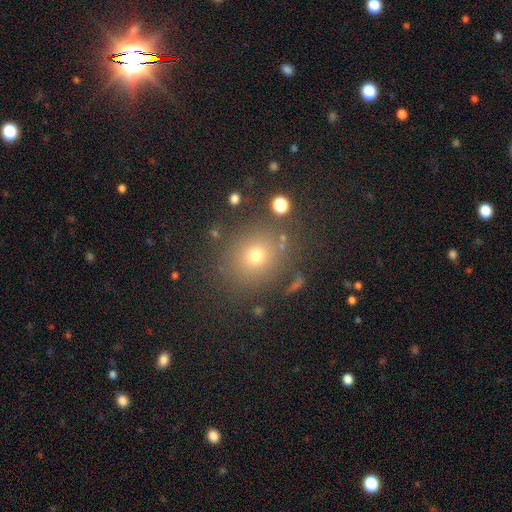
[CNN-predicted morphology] This appears to be a smooth galaxy with no disk features (64%) that is round (79%). Merging: none (83%).